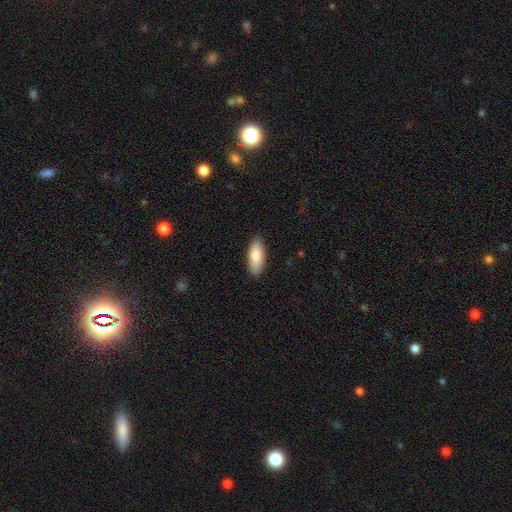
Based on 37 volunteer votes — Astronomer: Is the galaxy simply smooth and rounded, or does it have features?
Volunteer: smooth — 84%.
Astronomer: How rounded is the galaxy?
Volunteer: in between — 77%.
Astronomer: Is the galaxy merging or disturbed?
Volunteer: none — 83%.